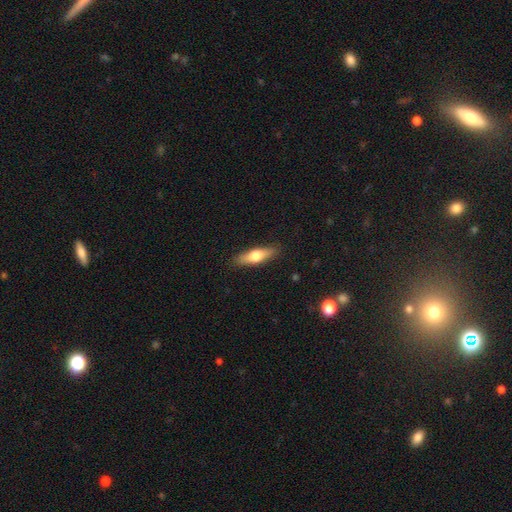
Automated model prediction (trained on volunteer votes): This is possibly a smooth galaxy (60%). How rounded: possibly cigar-shaped (56%). Merging: clearly none (88%).